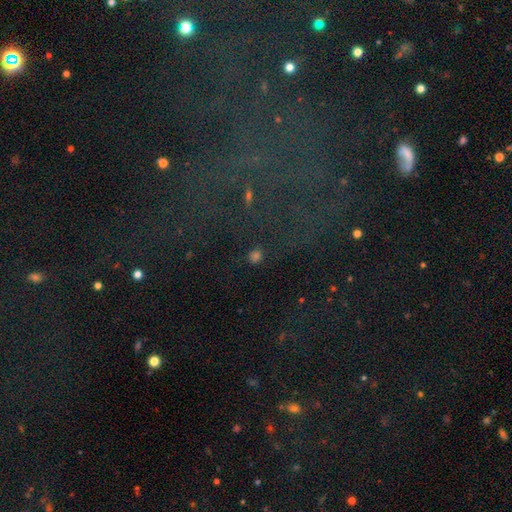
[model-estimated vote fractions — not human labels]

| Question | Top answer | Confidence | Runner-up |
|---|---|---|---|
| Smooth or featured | smooth | 59% | star or artifact (33%) |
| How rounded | round | 85% | in between (13%) |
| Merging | none | 84% | minor disturbance (8%) |